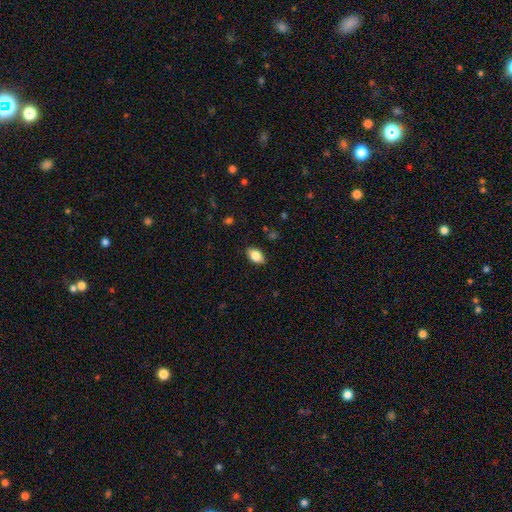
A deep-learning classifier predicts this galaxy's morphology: smooth-or-featured: smooth: 83% | featured or disk: 9% | star or artifact: 8%
  how-rounded: in between: 89% | round: 9% | cigar-shaped: 2%
  merging: none: 86% | minor disturbance: 10% | major disturbance: 2% | merger: 1%